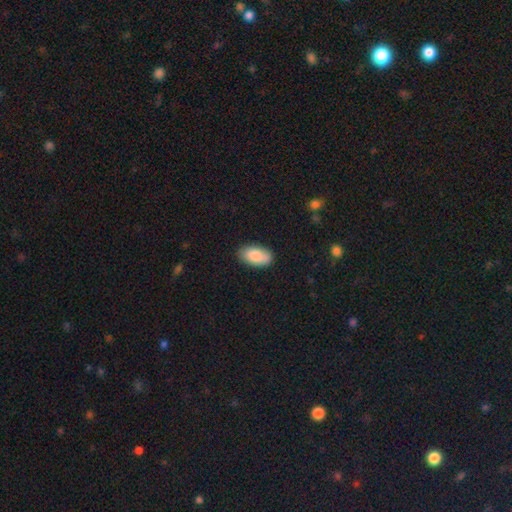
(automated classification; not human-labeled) smooth 85%, featured or disk 9%, star or artifact 6%. Down the decision tree: how rounded — in between (94%); merging — none (80%).